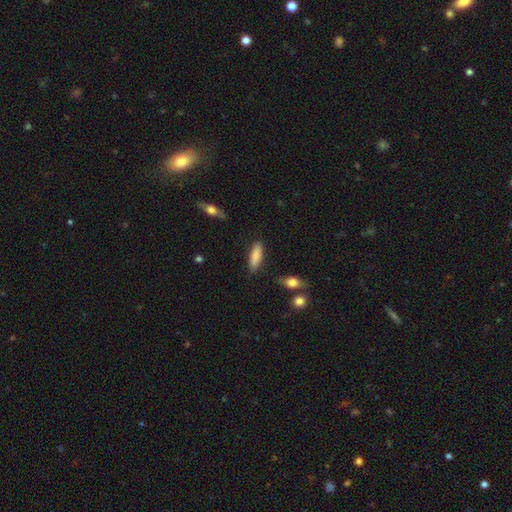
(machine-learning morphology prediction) smooth-or-featured: smooth: 85% | featured or disk: 9% | star or artifact: 6%
  how-rounded: cigar-shaped: 55% | in between: 43% | round: 2%
  merging: none: 84% | minor disturbance: 11% | major disturbance: 3% | merger: 2%